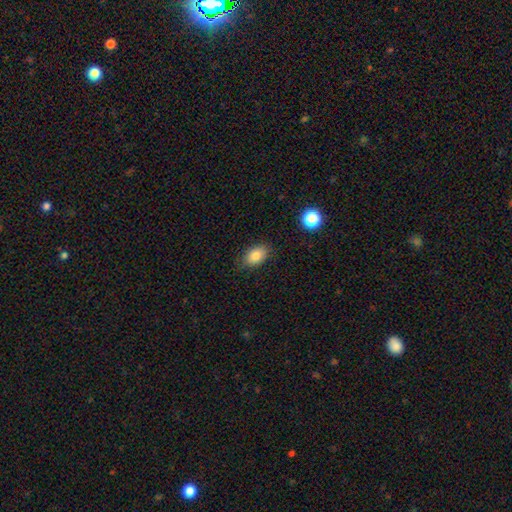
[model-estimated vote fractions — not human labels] Q: Smooth or featured?
A: smooth (84%); runner-up: star or artifact (9%)
Q: How rounded?
A: in between (85%); runner-up: round (14%)
Q: Merging?
A: none (82%); runner-up: minor disturbance (13%)